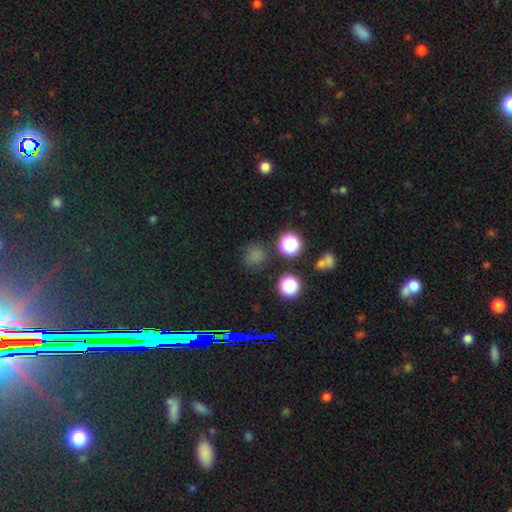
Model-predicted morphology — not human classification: Smooth or featured: smooth — 68% (star or artifact — 26%)
How rounded: round — 87% (in between — 11%)
Merging: none — 77% (minor disturbance — 13%)